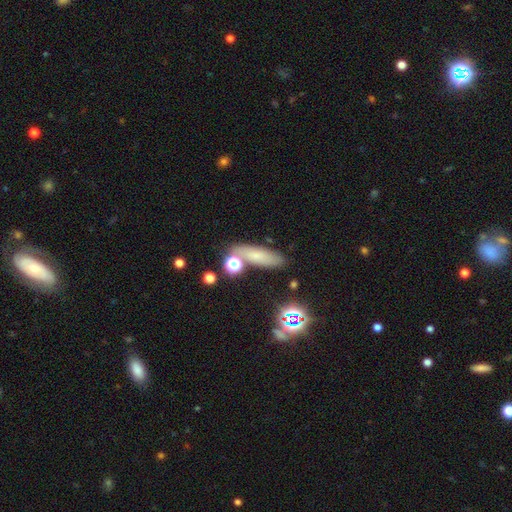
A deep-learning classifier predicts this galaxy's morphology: Smooth or featured?
  - smooth: 63% *
  - star or artifact: 20%
  - featured or disk: 17%
How rounded?
  - cigar-shaped: 50% *
  - in between: 42%
  - round: 8%
Merging?
  - none: 70% *
  - minor disturbance: 13%
  - merger: 12%
  - major disturbance: 5%